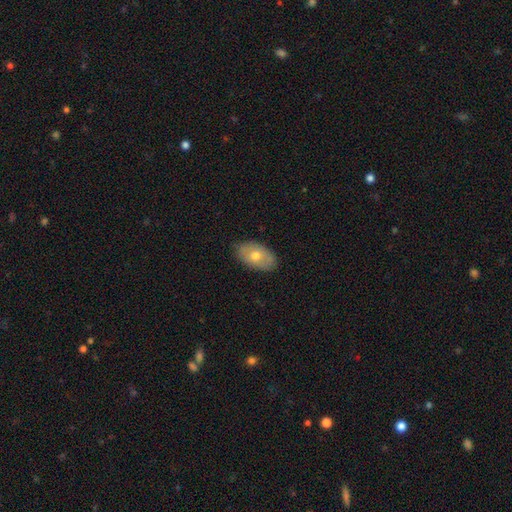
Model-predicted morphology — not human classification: A smooth galaxy with no disk features (62%) that is in between round and cigar-shaped (90%).

Vote fractions:
- Smooth or featured? smooth: 62% / featured or disk: 31% / star or artifact: 7%
- How rounded? in between: 90% / round: 8% / cigar-shaped: 1%
- Merging? none: 83% / minor disturbance: 13% / major disturbance: 2% / merger: 1%